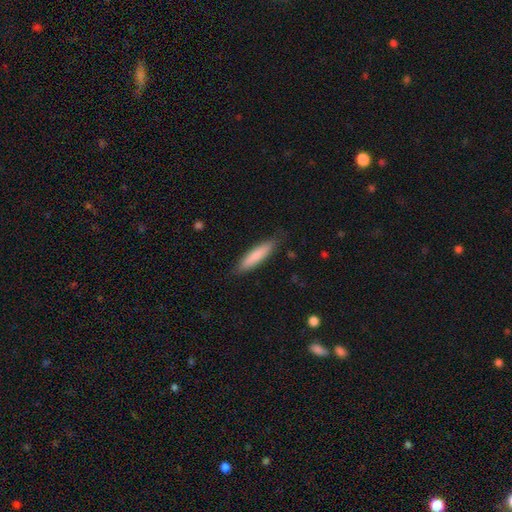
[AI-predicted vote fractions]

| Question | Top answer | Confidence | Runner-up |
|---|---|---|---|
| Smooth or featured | smooth | 81% | featured or disk (13%) |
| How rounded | cigar-shaped | 80% | in between (19%) |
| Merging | none | 85% | minor disturbance (12%) |